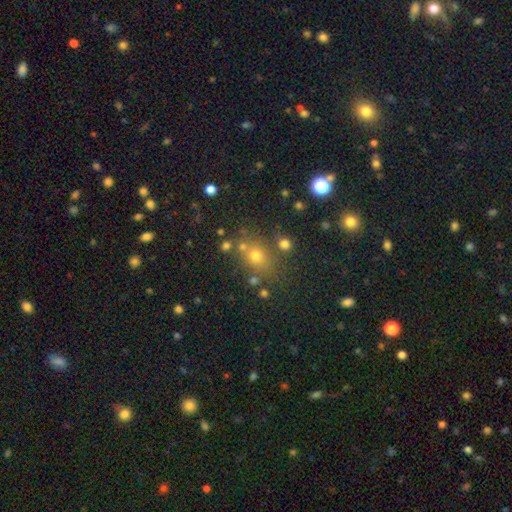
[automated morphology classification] Smooth or featured? smooth (64%)
How rounded? round (66%)
Merging? none (71%)